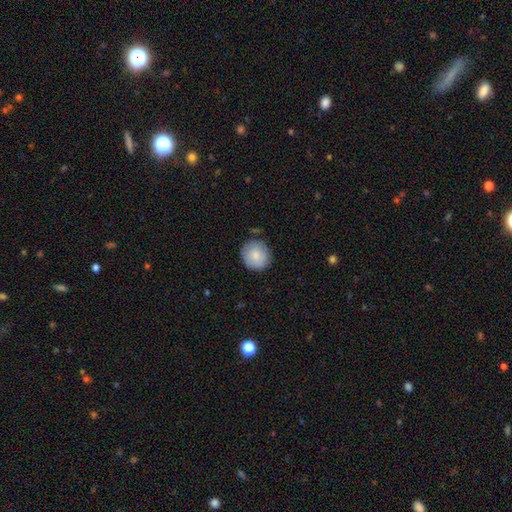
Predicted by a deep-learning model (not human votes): Smooth or featured? Predicted: smooth (p=0.83). How rounded? Predicted: round (p=0.90). Merging? Predicted: none (p=0.84).